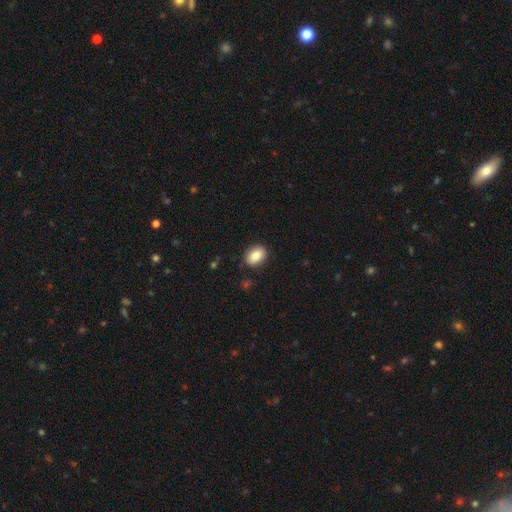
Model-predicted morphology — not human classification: smooth-or-featured: smooth: 86% | star or artifact: 8% | featured or disk: 7%
  how-rounded: in between: 73% | round: 26% | cigar-shaped: 1%
  merging: none: 87% | minor disturbance: 10% | major disturbance: 2% | merger: 1%